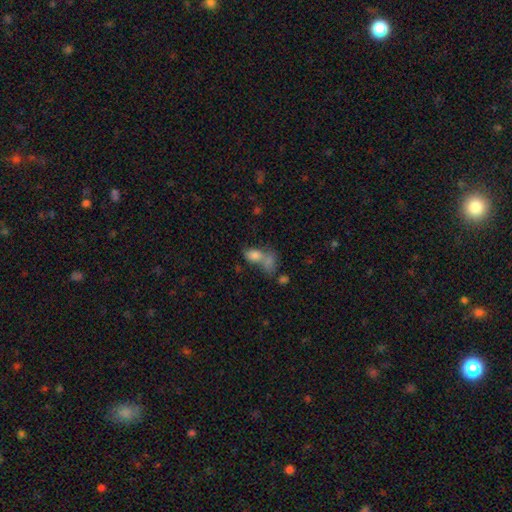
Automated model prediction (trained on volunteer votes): A smooth galaxy with no disk features (71%) that is in between round and cigar-shaped (77%). Merging: merger (55%).